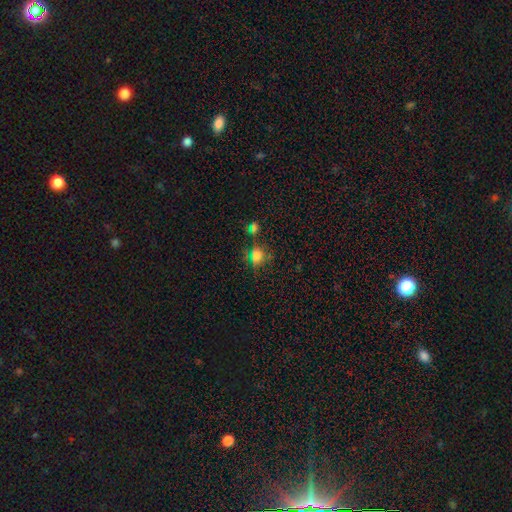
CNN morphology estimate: type=smooth (59%); roundness=round (63%); merging=none (63%).